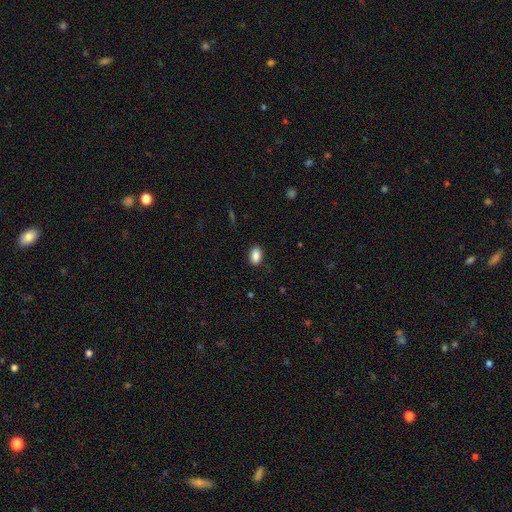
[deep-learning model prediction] smooth_or_featured: smooth (p=0.89) [alt: star or artifact p=0.08]
how_rounded: in between (p=0.89) [alt: round p=0.09]
merging: none (p=0.87) [alt: minor disturbance p=0.09]